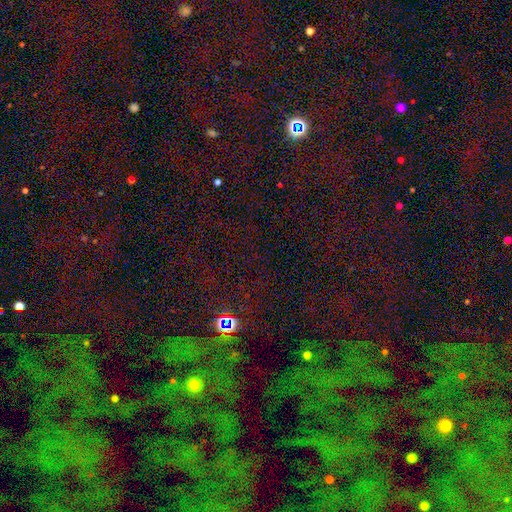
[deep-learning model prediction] smooth_or_featured: star or artifact (p=0.77) [alt: smooth p=0.15]